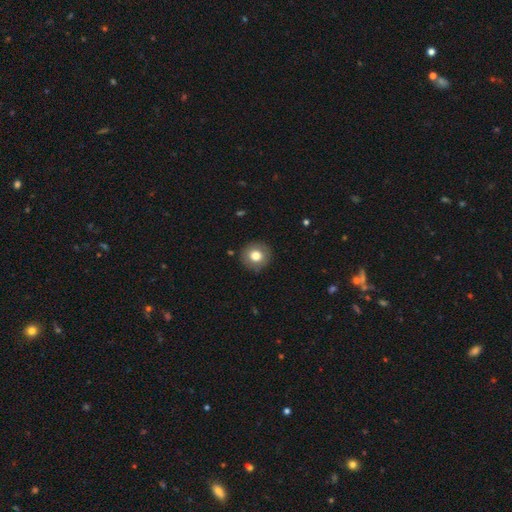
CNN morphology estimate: smooth 77%, featured or disk 14%, star or artifact 9%. Down the decision tree: how rounded — round (91%); merging — none (90%).